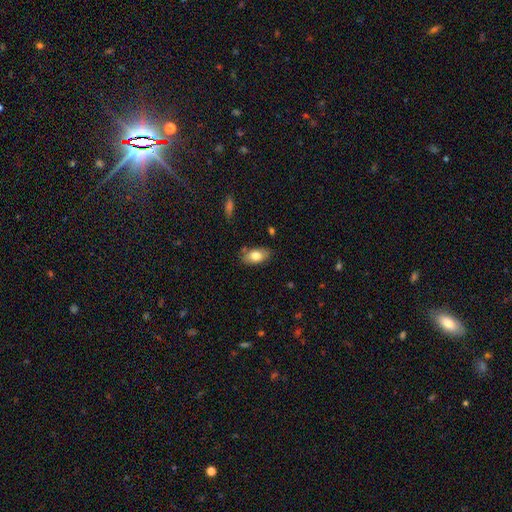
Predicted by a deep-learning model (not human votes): This is likely a smooth galaxy (78%). How rounded: clearly in between (92%). Merging: likely none (78%).